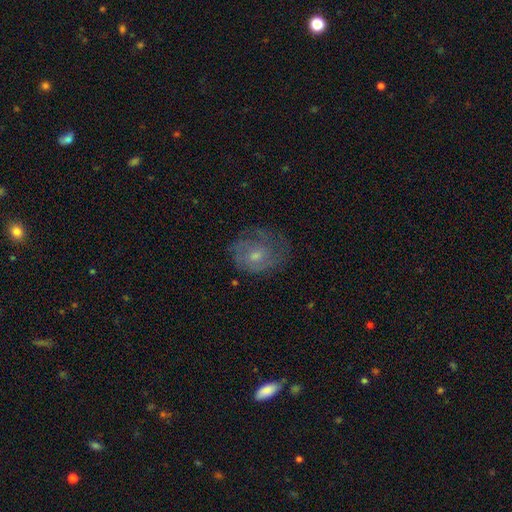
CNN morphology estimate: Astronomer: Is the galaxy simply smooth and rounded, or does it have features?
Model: featured or disk — 50% (runner-up: smooth, 41%).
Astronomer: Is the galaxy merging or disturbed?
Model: none — 55%.